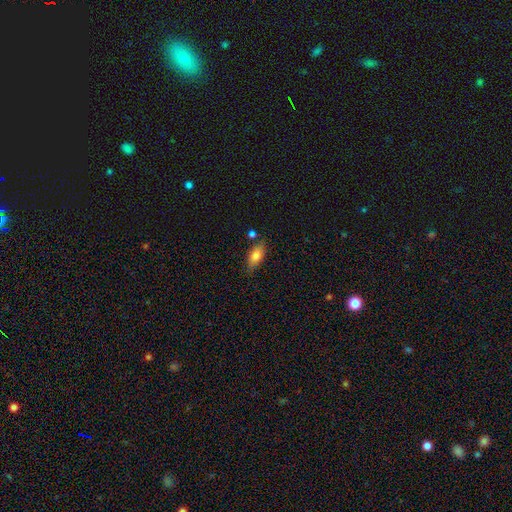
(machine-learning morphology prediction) smooth 77%, featured or disk 15%, star or artifact 8%. Down the decision tree: how rounded — in between (81%); merging — none (75%).